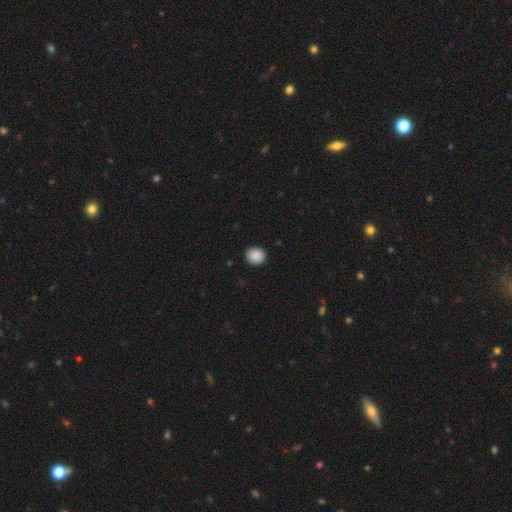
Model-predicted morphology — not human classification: Overall: smooth (88%). How rounded: round (78%). Merging: none (91%).